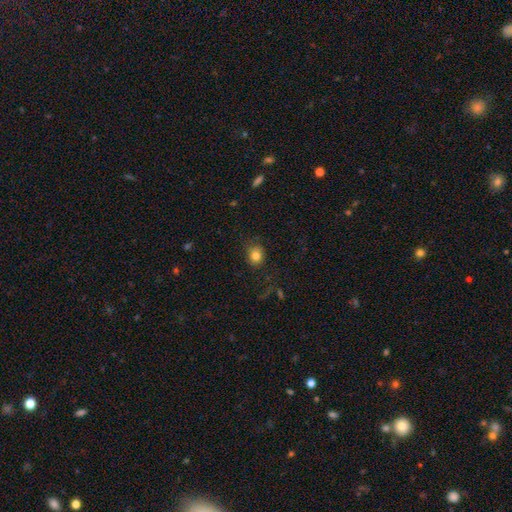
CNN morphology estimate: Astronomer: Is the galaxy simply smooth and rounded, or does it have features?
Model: smooth — 81%.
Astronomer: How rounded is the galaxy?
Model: round — 69%.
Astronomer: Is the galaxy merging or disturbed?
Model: none — 77%.